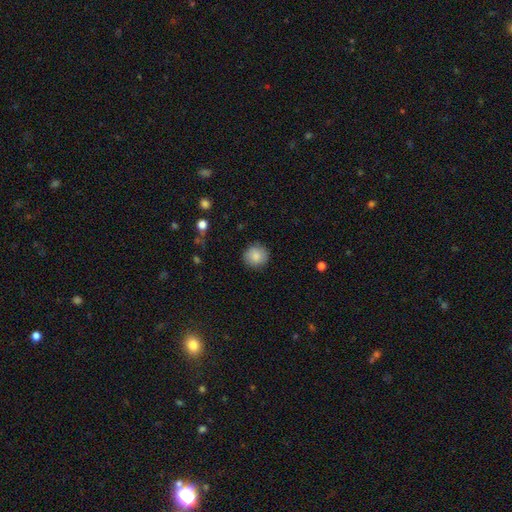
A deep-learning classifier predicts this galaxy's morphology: Smooth or featured? Predicted: smooth (p=0.87). How rounded? Predicted: round (p=0.92). Merging? Predicted: none (p=0.88).